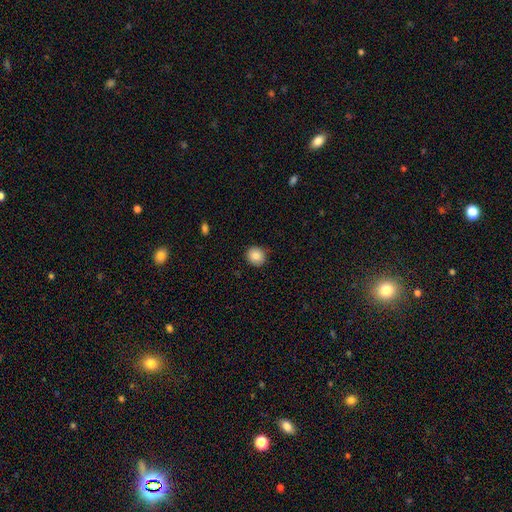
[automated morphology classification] type=smooth (86%); roundness=round (85%); merging=none (87%).